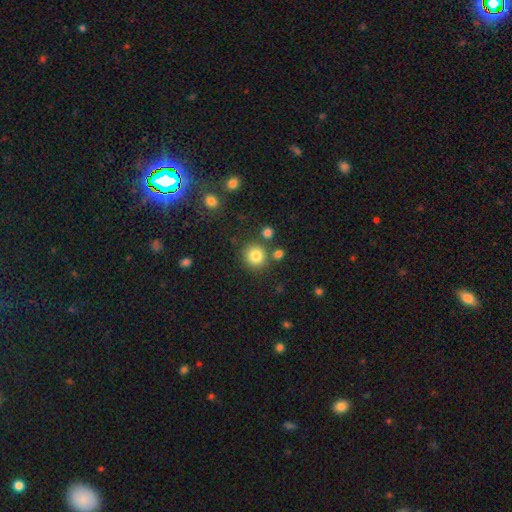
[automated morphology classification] smooth_or_featured: smooth (p=0.82) [alt: star or artifact p=0.12]
how_rounded: round (p=0.92) [alt: in between p=0.07]
merging: none (p=0.81) [alt: minor disturbance p=0.08]